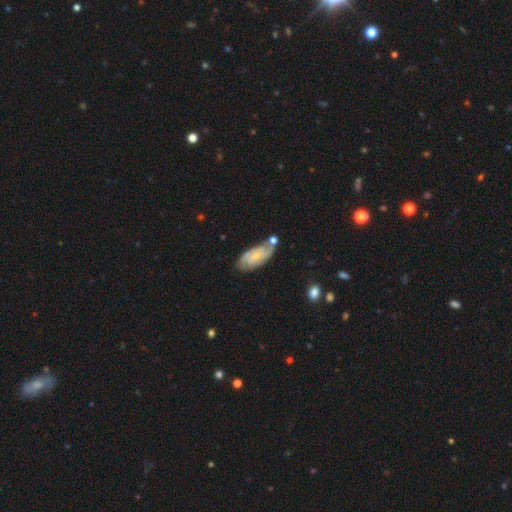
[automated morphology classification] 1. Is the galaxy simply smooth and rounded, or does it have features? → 64% featured or disk, 30% smooth, 6% star or artifact.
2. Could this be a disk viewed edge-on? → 93% no, 7% yes.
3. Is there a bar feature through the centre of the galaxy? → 66% no, 29% weak, 5% strong.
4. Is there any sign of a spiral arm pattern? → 88% yes, 12% no.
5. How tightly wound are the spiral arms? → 48% tight, 38% medium, 14% loose.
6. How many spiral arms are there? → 54% 2, 28% can't tell, 10% 3, 4% 1, 3% 4, 2% more than 4.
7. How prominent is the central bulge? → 67% small, 27% moderate, 3% none, 1% large, 1% dominant.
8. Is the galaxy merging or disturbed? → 51% none, 24% minor disturbance, 16% merger, 8% major disturbance.